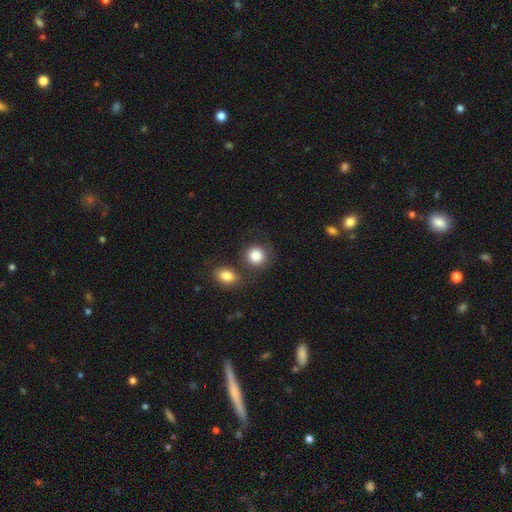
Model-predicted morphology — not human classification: Smooth or featured? smooth (85%)
How rounded? round (84%)
Merging? none (70%)